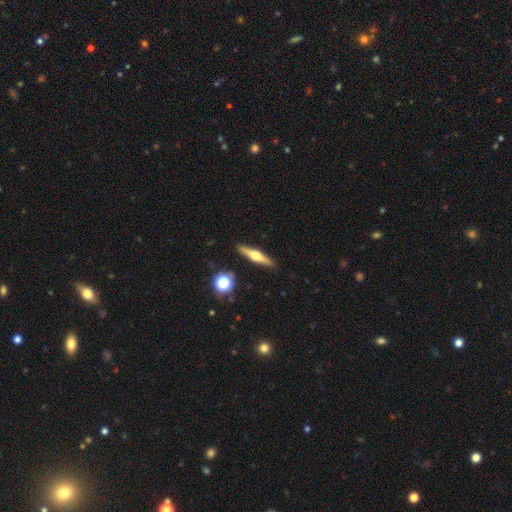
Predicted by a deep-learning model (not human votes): A featured or disk galaxy (59%) viewed edge-on (94%) with a rounded central bulge (94%). Merging: none (90%).